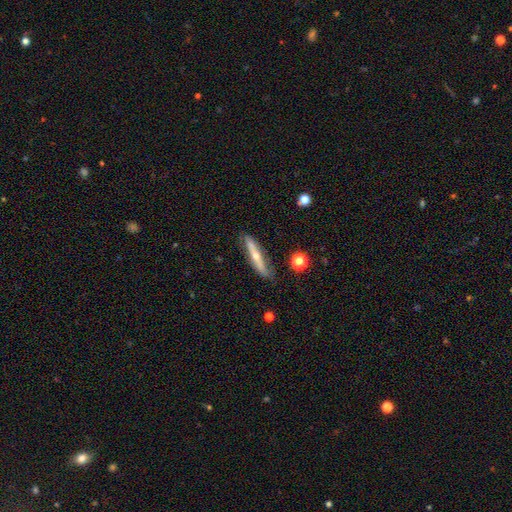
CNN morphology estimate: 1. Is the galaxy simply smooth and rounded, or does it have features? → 60% featured or disk, 33% smooth, 7% star or artifact.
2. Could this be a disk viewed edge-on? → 78% yes, 22% no.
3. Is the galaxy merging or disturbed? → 79% none, 15% minor disturbance, 3% major disturbance, 2% merger.